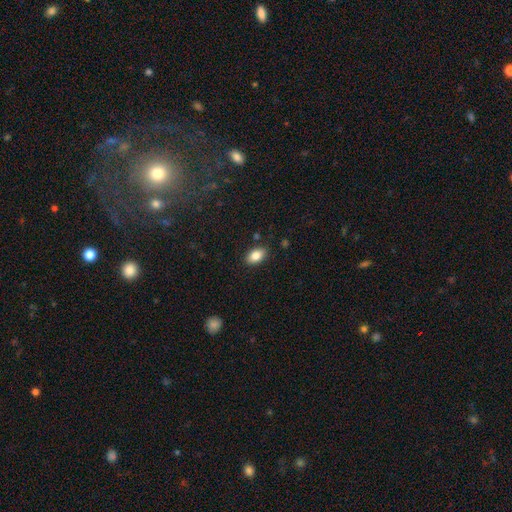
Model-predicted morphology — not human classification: smooth_or_featured: smooth (p=0.84) [alt: star or artifact p=0.08]
how_rounded: in between (p=0.90) [alt: round p=0.08]
merging: none (p=0.87) [alt: minor disturbance p=0.09]